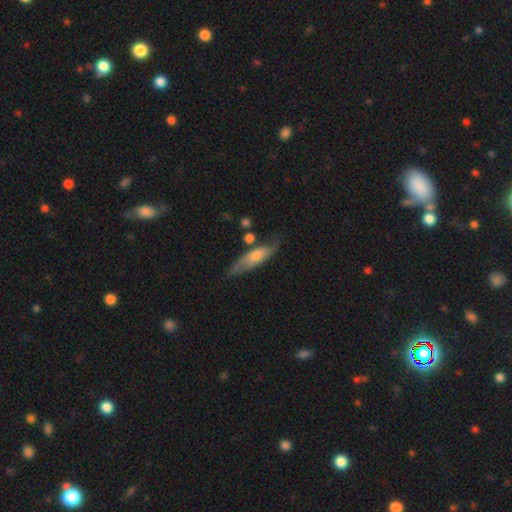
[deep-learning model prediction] This appears to be a smooth galaxy with no disk features (53%) that is cigar-shaped (54%). Merging: none (59%).